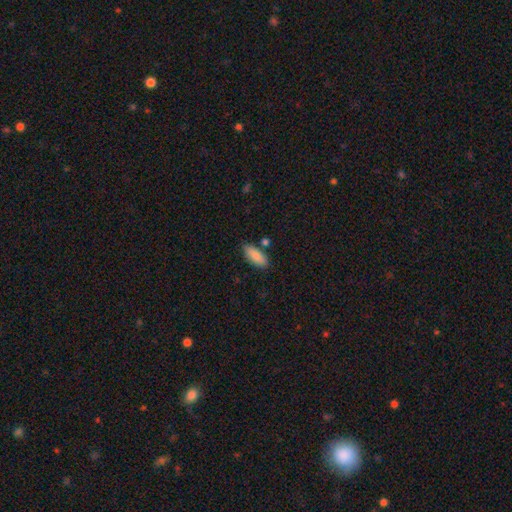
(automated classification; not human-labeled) A smooth galaxy with no disk features (88%) that is in between round and cigar-shaped (81%). Merging: none (79%).